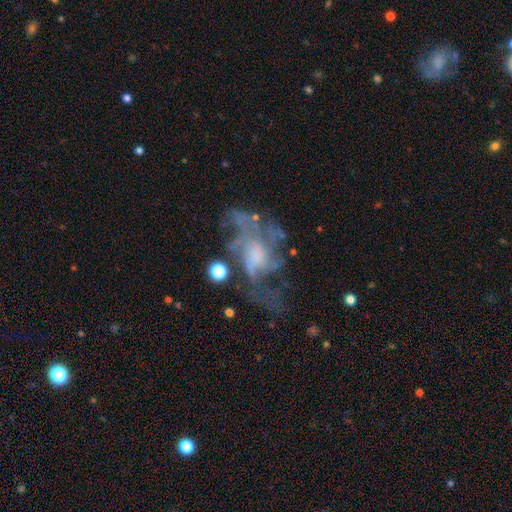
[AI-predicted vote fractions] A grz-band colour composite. It shows a featured or disk galaxy (73%) with no bar (71%), loose (42%) spiral arms (72%) and no central bulge (39%). Merging: major disturbance (39%).